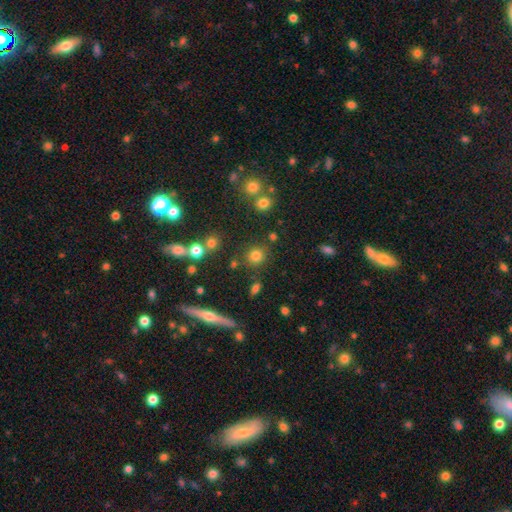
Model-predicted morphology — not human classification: smooth 78%, star or artifact 15%, featured or disk 7%. Down the decision tree: how rounded — round (89%); merging — none (82%).